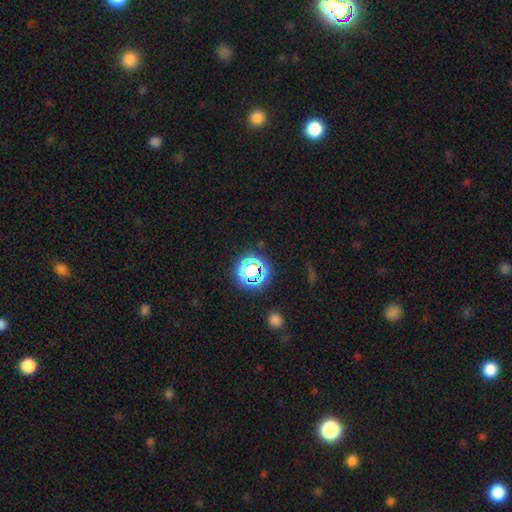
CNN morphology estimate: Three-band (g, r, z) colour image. It shows a star or artifact, not a galaxy (67%).